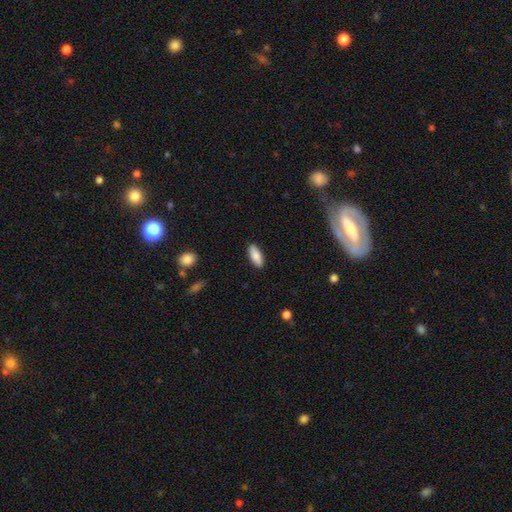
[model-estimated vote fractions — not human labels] Smooth or featured? Predicted: smooth (p=0.86). How rounded? Predicted: in between (p=0.77). Merging? Predicted: none (p=0.89).